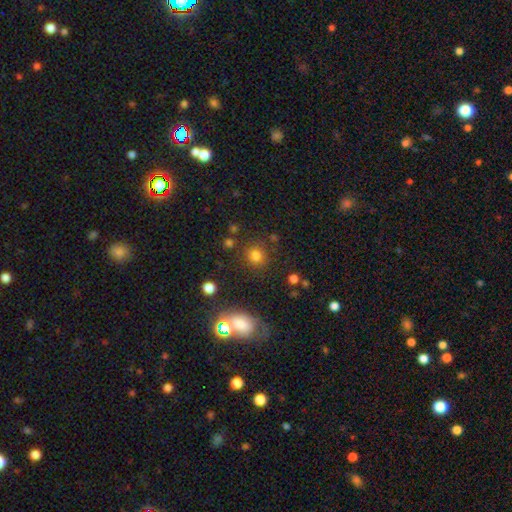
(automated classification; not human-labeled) Overall: smooth (76%). How rounded: round (87%). Merging: none (82%).